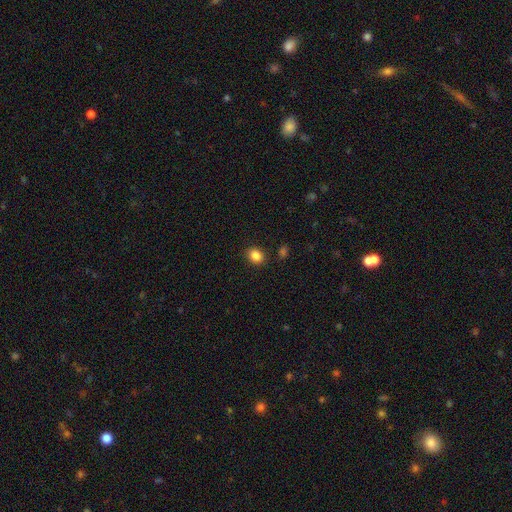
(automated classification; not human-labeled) Q: Smooth or featured?
A: smooth (86%); runner-up: star or artifact (10%)
Q: How rounded?
A: round (57%); runner-up: in between (42%)
Q: Merging?
A: none (88%); runner-up: minor disturbance (8%)